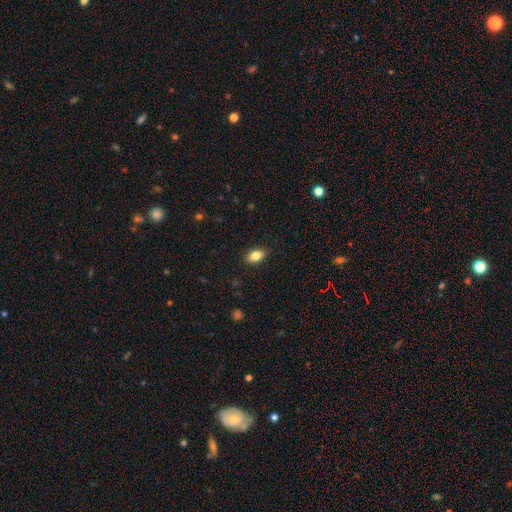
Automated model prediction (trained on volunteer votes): The model was most divided on "smooth or featured": smooth: 84%, star or artifact: 8%, featured or disk: 8%. More confident: how rounded — in between (88%); merging — none (87%).